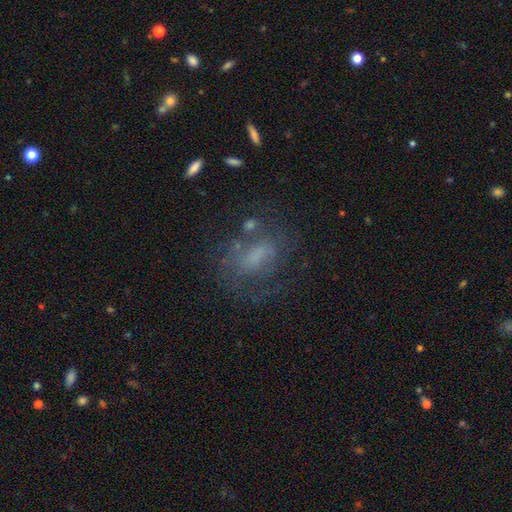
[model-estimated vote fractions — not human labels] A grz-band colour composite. It shows a featured or disk galaxy (44%). Merging: none (55%).